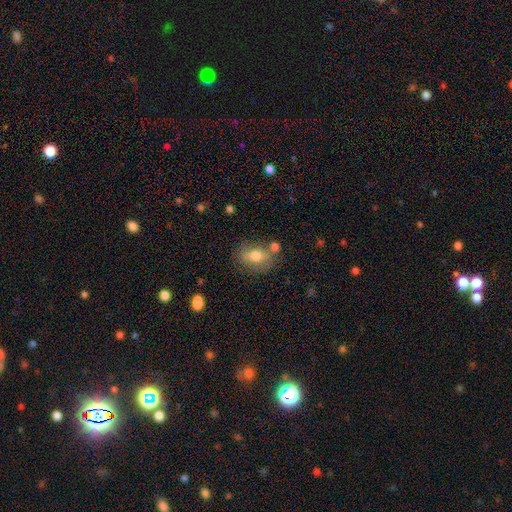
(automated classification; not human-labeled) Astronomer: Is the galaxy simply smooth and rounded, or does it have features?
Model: smooth — 69%.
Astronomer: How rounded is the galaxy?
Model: in between — 73%.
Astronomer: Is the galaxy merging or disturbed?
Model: none — 70%.